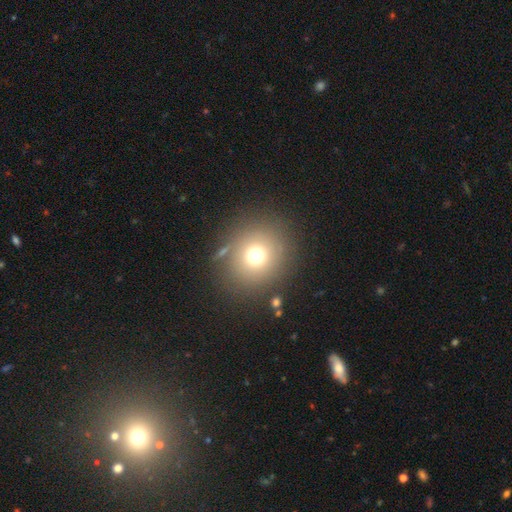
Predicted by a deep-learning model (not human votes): This is likely a smooth galaxy (71%). How rounded: clearly round (86%). Merging: clearly none (82%).